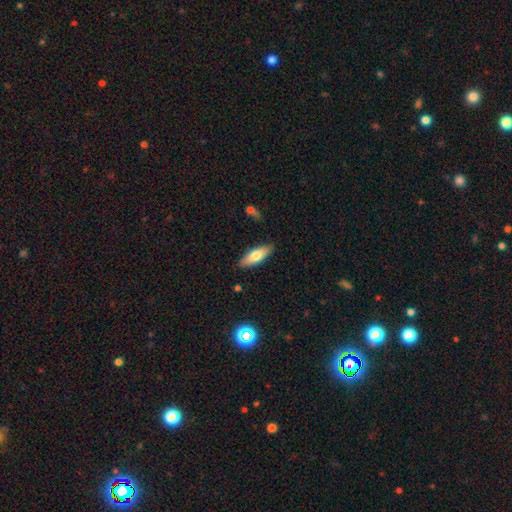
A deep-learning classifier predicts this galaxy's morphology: type=smooth (68%); roundness=in between (57%); merging=none (87%).